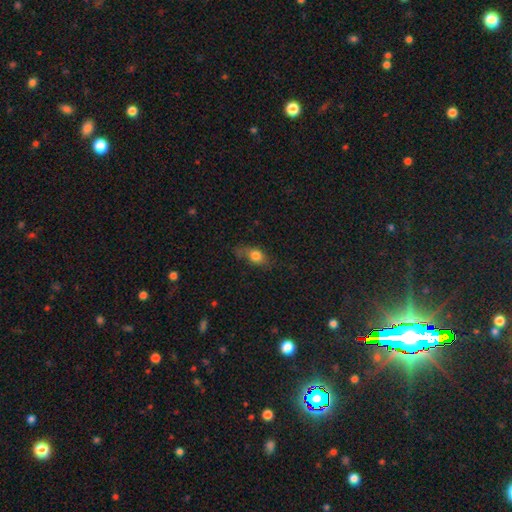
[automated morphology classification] A smooth galaxy with no disk features (76%) that is in between round and cigar-shaped (65%). Merging: none (58%).